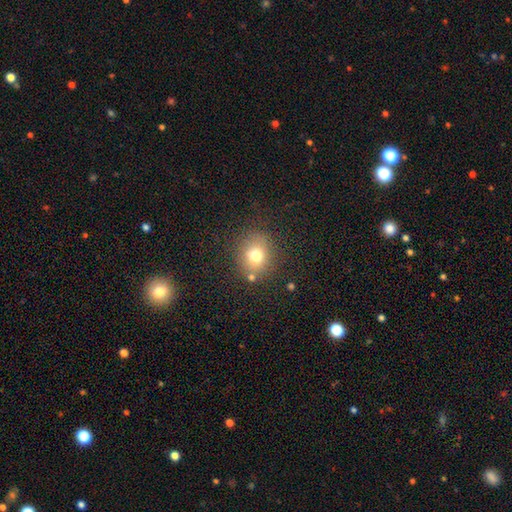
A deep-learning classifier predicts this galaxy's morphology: smooth_or_featured: smooth (p=0.73) [alt: star or artifact p=0.14]
how_rounded: round (p=0.76) [alt: in between p=0.23]
merging: none (p=0.78) [alt: minor disturbance p=0.12]